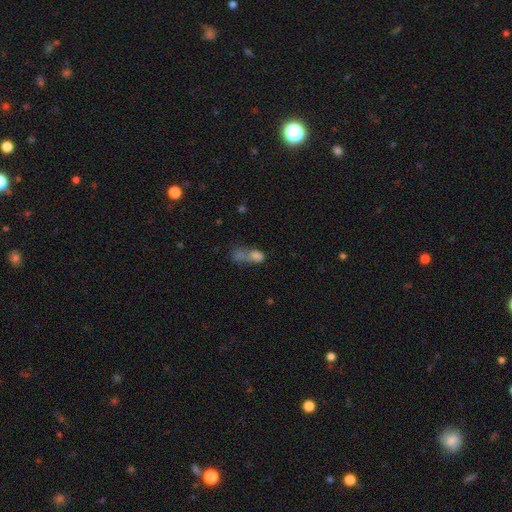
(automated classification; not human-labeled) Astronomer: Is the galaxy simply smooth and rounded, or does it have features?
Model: smooth — 70%.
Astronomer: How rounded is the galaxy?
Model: in between — 70%.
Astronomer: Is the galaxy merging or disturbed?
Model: merger — 56%.